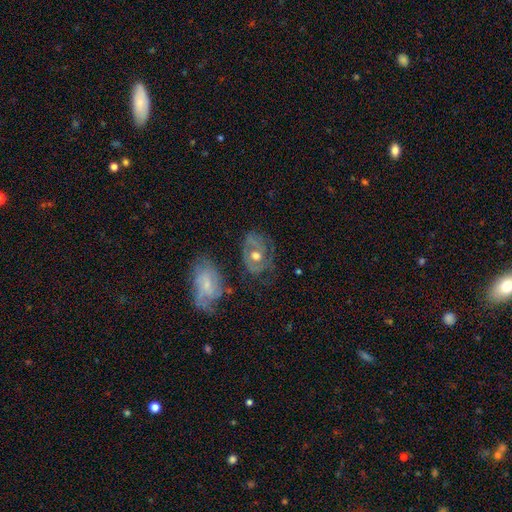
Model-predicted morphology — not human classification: Smooth or featured?
  - featured or disk: 64% *
  - smooth: 26%
  - star or artifact: 10%
Edge-on disk?
  - no: 94% *
  - yes: 6%
Bar?
  - no: 72% *
  - weak: 21%
  - strong: 6%
Spiral arms?
  - yes: 60% *
  - no: 40%
Bulge size?
  - moderate: 67% *
  - small: 20%
  - large: 9%
  - none: 2%
  - dominant: 2%
Merging?
  - none: 61% *
  - minor disturbance: 19%
  - major disturbance: 12%
  - merger: 8%